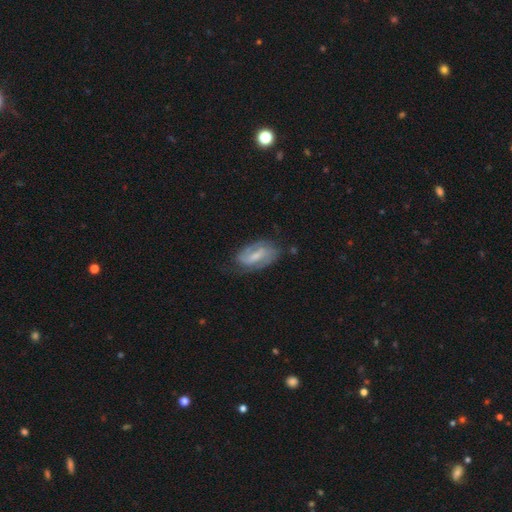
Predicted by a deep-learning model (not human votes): This appears to be a featured or disk galaxy (72%) with a weak bar (49%), 2 (75%) medium (45%) spiral arms (90%) and a small central bulge (45%). Merging: none (66%).